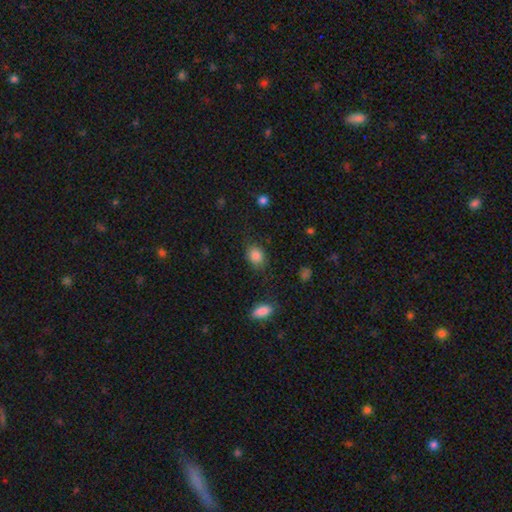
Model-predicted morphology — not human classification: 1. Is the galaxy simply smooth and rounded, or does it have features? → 85% smooth, 10% star or artifact, 5% featured or disk.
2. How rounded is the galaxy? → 58% in between, 41% round, 1% cigar-shaped.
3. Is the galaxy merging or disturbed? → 79% none, 15% minor disturbance, 4% major disturbance, 2% merger.